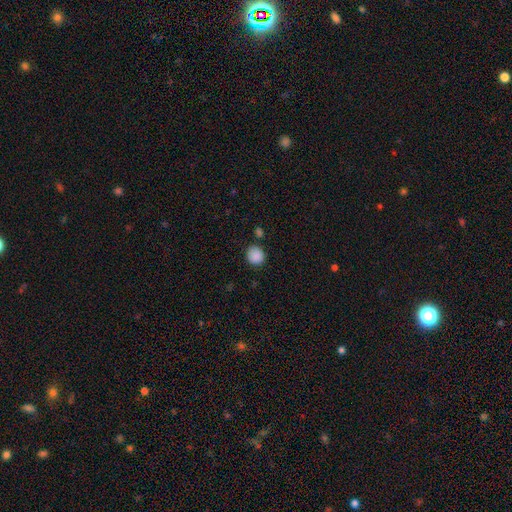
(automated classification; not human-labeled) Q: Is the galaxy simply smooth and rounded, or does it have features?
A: smooth — 88%.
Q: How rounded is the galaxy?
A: round — 86%.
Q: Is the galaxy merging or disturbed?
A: none — 83%.